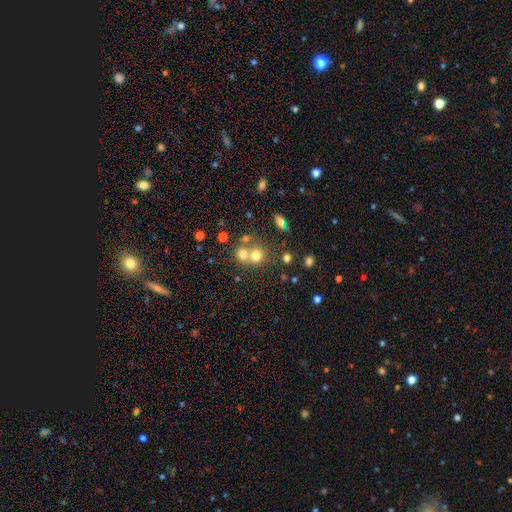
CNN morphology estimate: smooth_or_featured: smooth (p=0.70) [alt: star or artifact p=0.16]
how_rounded: round (p=0.79) [alt: in between p=0.20]
merging: merger (p=0.49) [alt: none p=0.40]